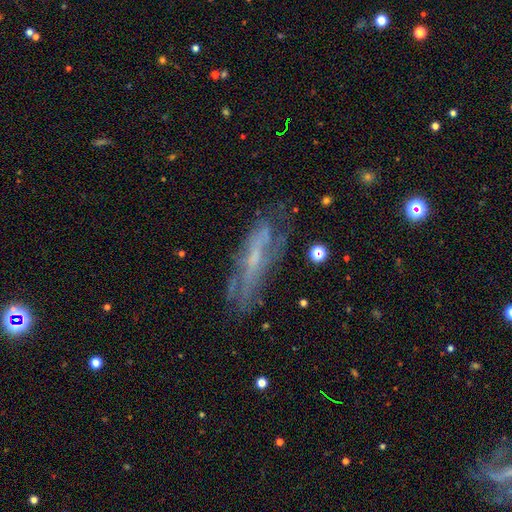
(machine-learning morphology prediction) Overall: featured or disk (63%; smooth 25%). Edge-on disk: no (55%; yes 45%). Merging: none (63%).